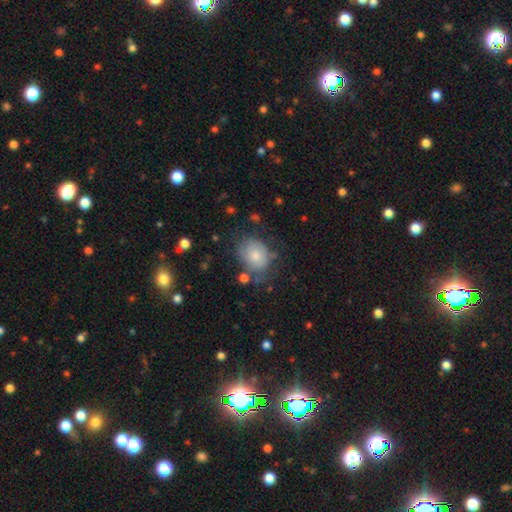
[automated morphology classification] Smooth or featured? smooth (71%)
How rounded? in between (53%)
Merging? none (55%)